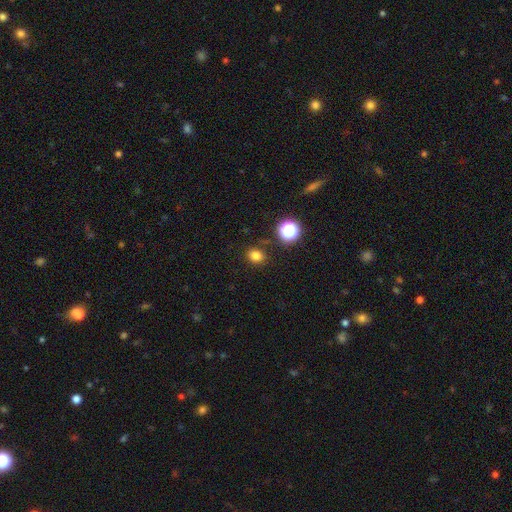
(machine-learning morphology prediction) This is likely a smooth galaxy (79%). How rounded: likely round (63%). Merging: clearly none (86%).